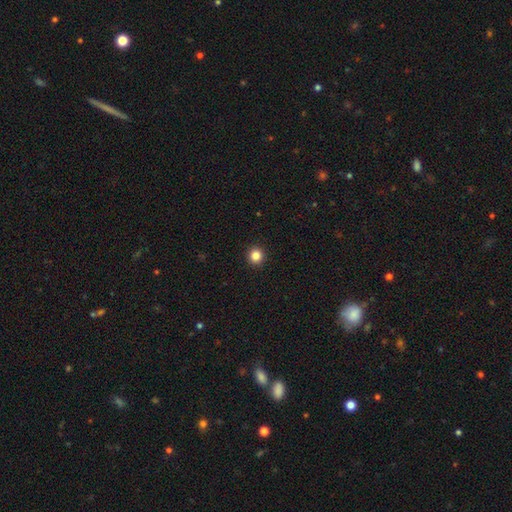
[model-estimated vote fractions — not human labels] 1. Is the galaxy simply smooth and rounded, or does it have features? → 84% smooth, 12% star or artifact, 4% featured or disk.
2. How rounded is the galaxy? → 95% round, 4% in between, 1% cigar-shaped.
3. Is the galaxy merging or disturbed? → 94% none, 4% minor disturbance, 1% major disturbance, 1% merger.